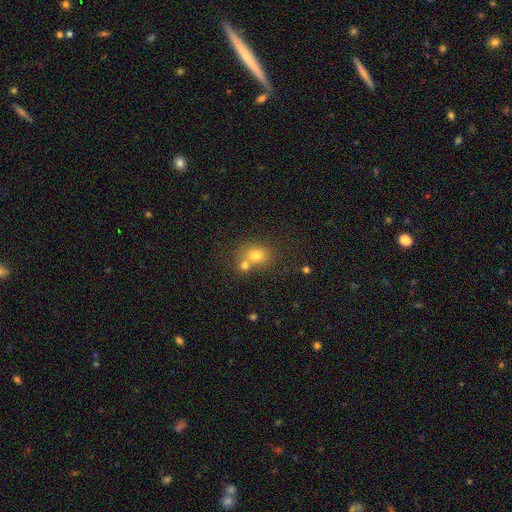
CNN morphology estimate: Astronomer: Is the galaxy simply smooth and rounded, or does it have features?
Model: smooth — 73%.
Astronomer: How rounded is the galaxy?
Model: round — 66%.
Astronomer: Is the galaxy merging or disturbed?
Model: none — 46% (runner-up: merger, 42%).